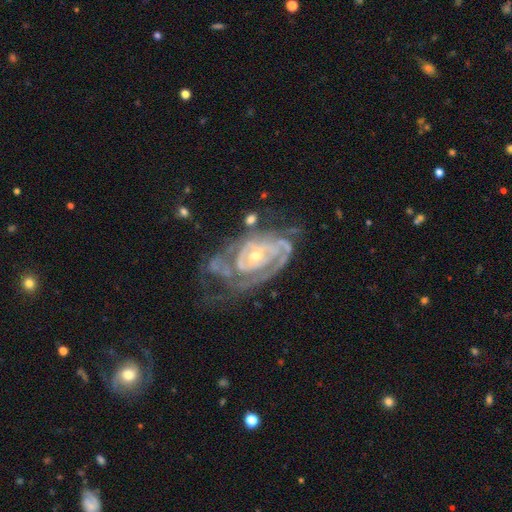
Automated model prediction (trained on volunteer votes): This is clearly a featured or disk galaxy (90%). It is clearly not viewed edge-on (96%). Bar: likely no (61%). Spiral arm pattern: clearly yes (97%). Spiral arm count: marginally 2 (41%). Spiral winding: likely tight (73%). Central bulge: possibly small (59%). Merging: possibly none (47%).